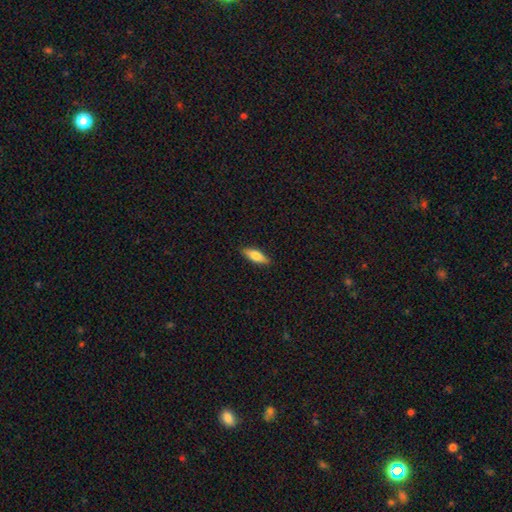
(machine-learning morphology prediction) type=smooth (74%); roundness=in between (59%); merging=none (88%).